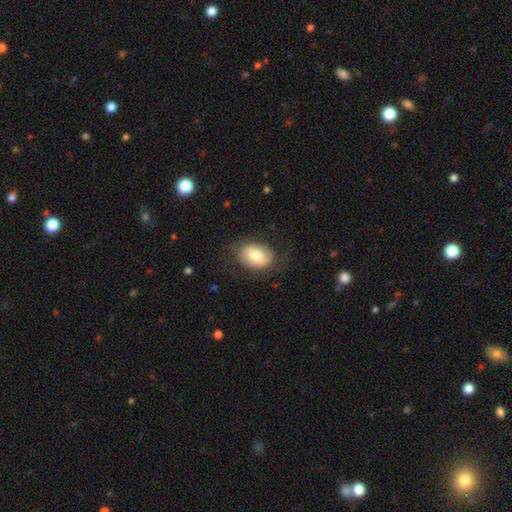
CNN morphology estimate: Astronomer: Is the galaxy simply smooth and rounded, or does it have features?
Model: smooth — 75%.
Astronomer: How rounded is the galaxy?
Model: in between — 80%.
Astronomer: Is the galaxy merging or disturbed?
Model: none — 76%.